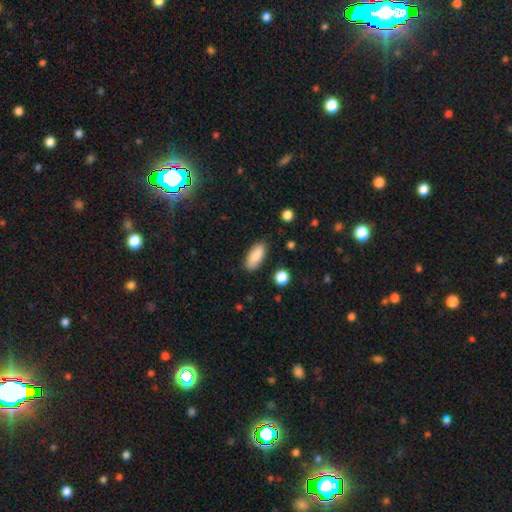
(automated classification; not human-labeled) Smooth or featured?
  - smooth: 87% *
  - star or artifact: 7%
  - featured or disk: 6%
How rounded?
  - in between: 81% *
  - cigar-shaped: 17%
  - round: 2%
Merging?
  - none: 86% *
  - minor disturbance: 10%
  - major disturbance: 2%
  - merger: 2%